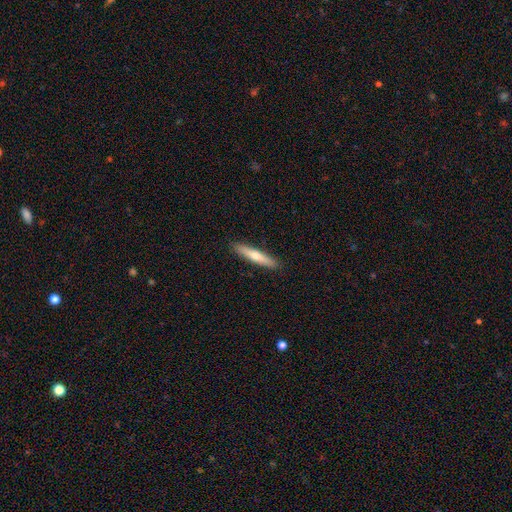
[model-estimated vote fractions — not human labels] A smooth galaxy with no disk features (56%) that is cigar-shaped (90%). Merging: none (91%).